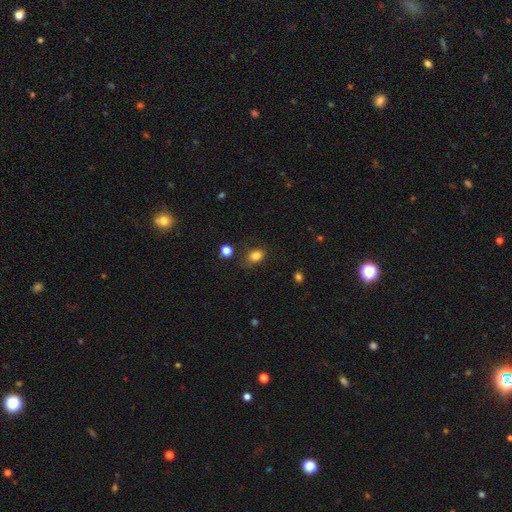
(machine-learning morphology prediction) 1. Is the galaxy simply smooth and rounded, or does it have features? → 83% smooth, 11% star or artifact, 6% featured or disk.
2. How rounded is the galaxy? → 62% in between, 37% round, 1% cigar-shaped.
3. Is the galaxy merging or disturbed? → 73% none, 19% minor disturbance, 6% major disturbance, 3% merger.